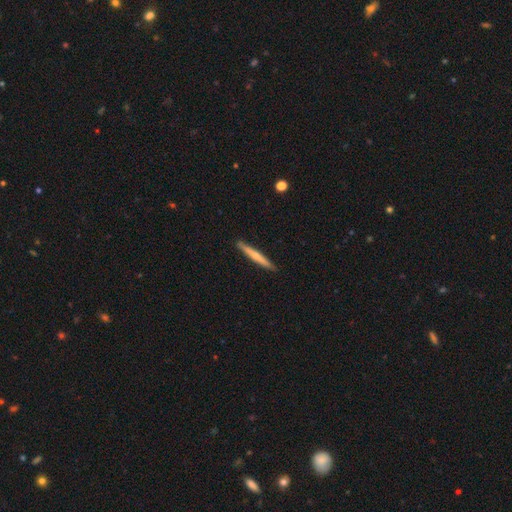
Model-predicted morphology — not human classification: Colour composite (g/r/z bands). It shows a featured or disk galaxy (49%). Merging: none (90%).